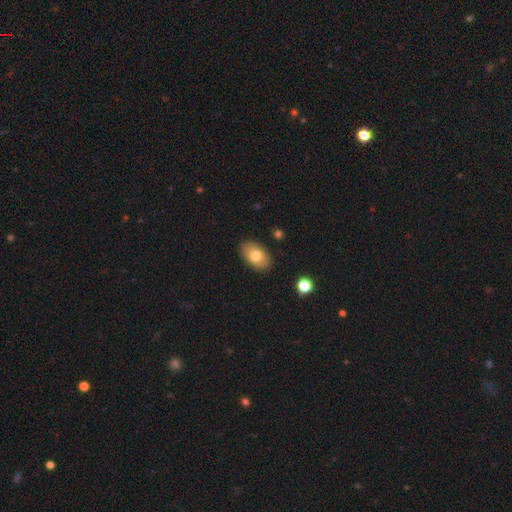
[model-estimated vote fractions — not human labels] smooth-or-featured: smooth: 77% | featured or disk: 15% | star or artifact: 7%
  how-rounded: in between: 90% | round: 8% | cigar-shaped: 1%
  merging: none: 87% | minor disturbance: 10% | major disturbance: 2% | merger: 1%